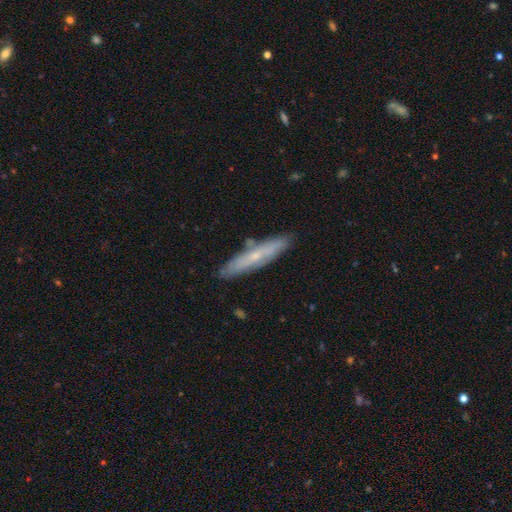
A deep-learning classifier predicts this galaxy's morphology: This appears to be a featured or disk galaxy (49%). Merging: none (85%).